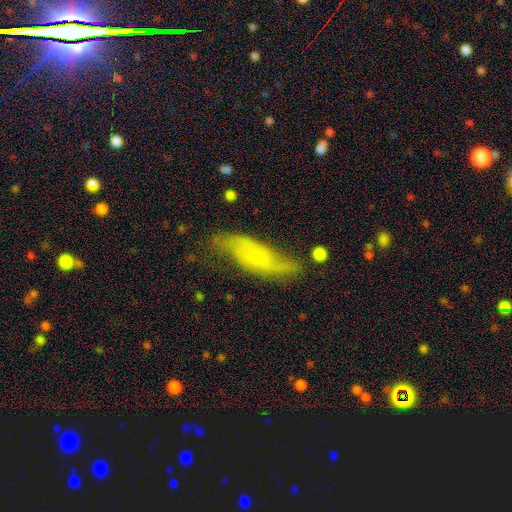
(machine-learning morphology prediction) Smooth or featured: featured or disk — 59% (smooth — 35%)
Edge-on disk: no — 79% (yes — 21%)
Merging: none — 58% (minor disturbance — 29%)